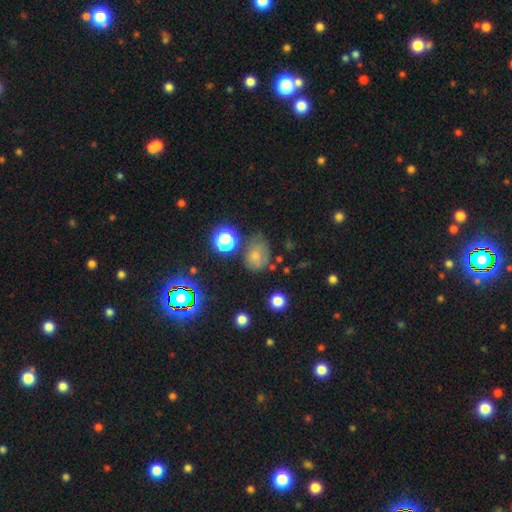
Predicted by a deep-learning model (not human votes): The model was most divided on "how rounded": in between: 56%, round: 43%, cigar-shaped: 1%. Remaining: smooth or featured — smooth (60%); merging — none (49%).